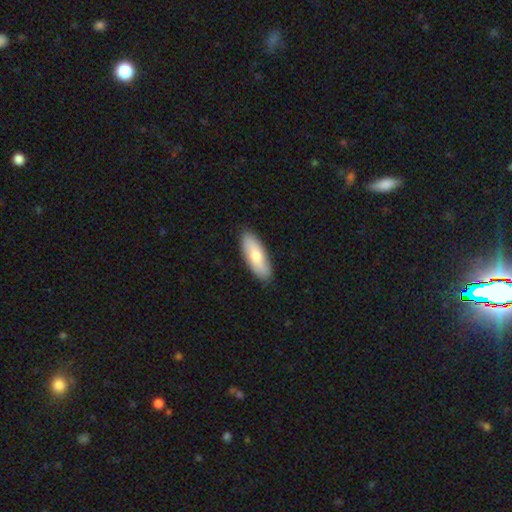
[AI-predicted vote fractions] The model was most divided on "how rounded": in between: 71%, cigar-shaped: 27%, round: 2%. More confident: merging — none (88%); smooth or featured — smooth (72%).